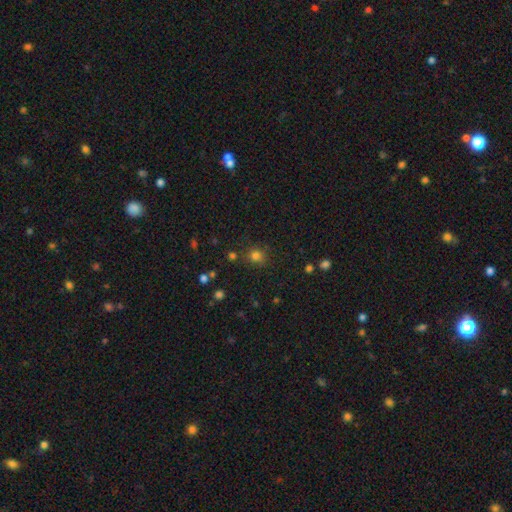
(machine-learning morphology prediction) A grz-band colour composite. It shows a smooth galaxy with no disk features (76%) that is round (84%). Merging: none (81%).